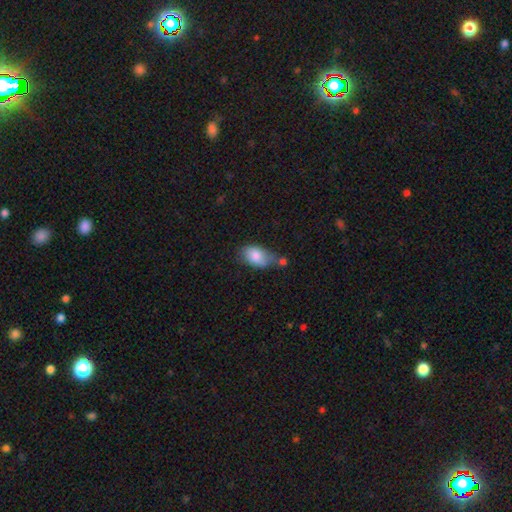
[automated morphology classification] A smooth galaxy with no disk features (81%) that is in between round and cigar-shaped (90%).

Vote fractions:
- Smooth or featured? smooth: 81% / featured or disk: 12% / star or artifact: 7%
- How rounded? in between: 90% / round: 8% / cigar-shaped: 2%
- Merging? none: 44% / minor disturbance: 30% / merger: 18% / major disturbance: 9%